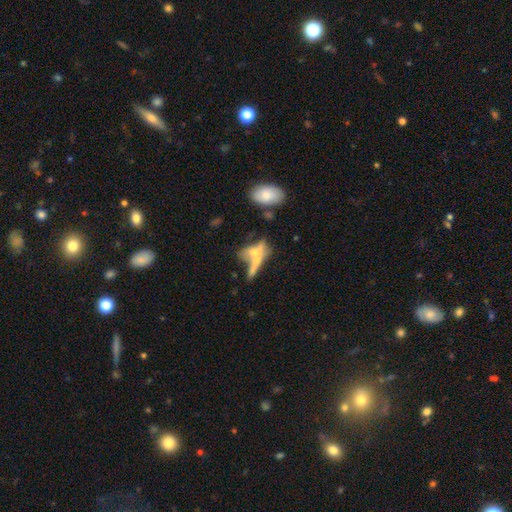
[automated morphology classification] Smooth or featured? Predicted: smooth (p=0.52). How rounded? Predicted: in between (p=0.58). Merging? Predicted: merger (p=0.47).